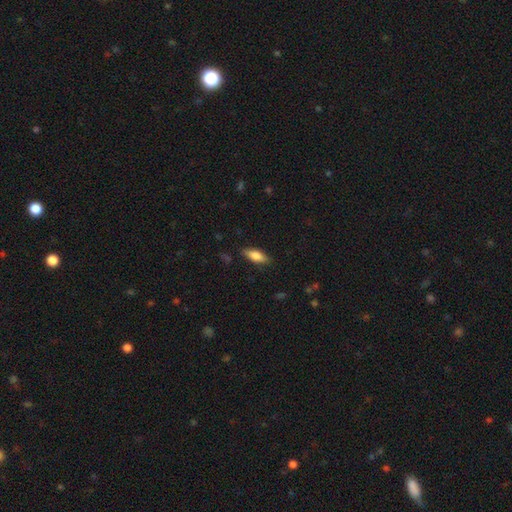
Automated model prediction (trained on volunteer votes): Q: Smooth or featured?
A: smooth (75%); runner-up: featured or disk (19%)
Q: How rounded?
A: in between (68%); runner-up: cigar-shaped (29%)
Q: Merging?
A: none (84%); runner-up: minor disturbance (12%)